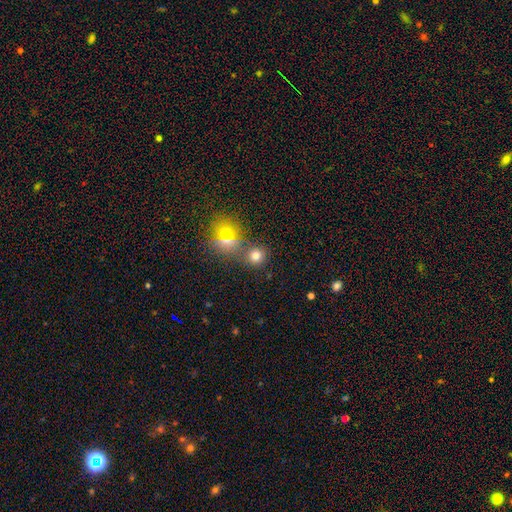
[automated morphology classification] Overall: smooth (73%). How rounded: round (87%). Merging: none (72%).